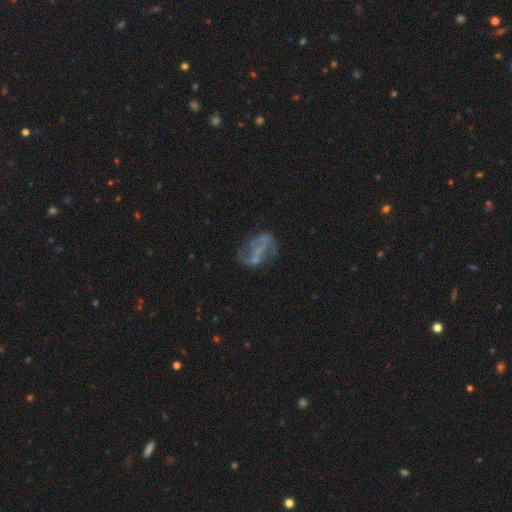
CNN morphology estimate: Overall: featured or disk (67%). Edge-on disk: no (97%). Bar: no (45%; weak 32%). Spiral arms: yes (57%; no 43%). Bulge size: none (65%). Merging: none (44%; major disturbance 28%).